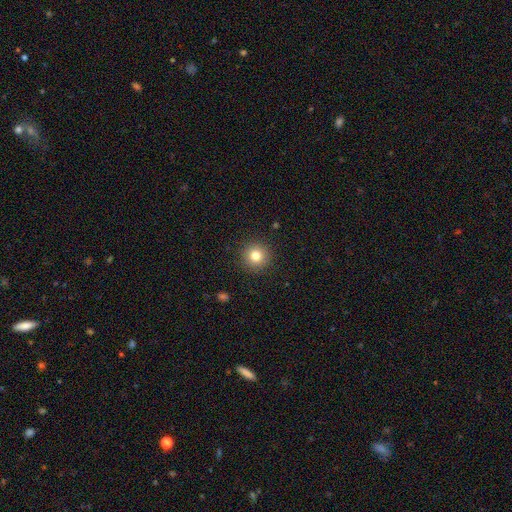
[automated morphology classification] smooth-or-featured: smooth: 80% | star or artifact: 12% | featured or disk: 8%
  how-rounded: round: 95% | in between: 4% | cigar-shaped: 1%
  merging: none: 92% | minor disturbance: 5% | major disturbance: 2% | merger: 1%